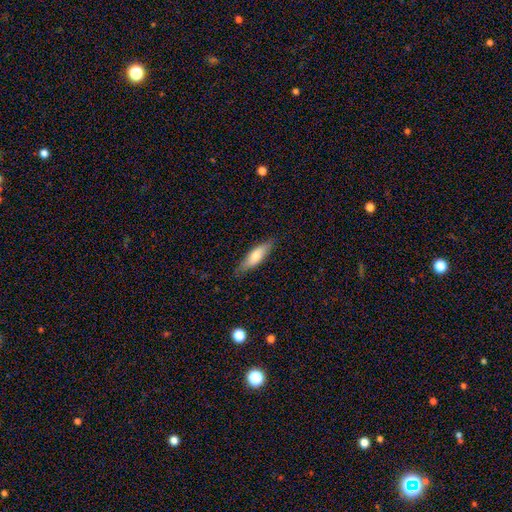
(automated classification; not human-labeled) The model was most divided on "how rounded": cigar-shaped: 57%, in between: 41%, round: 2%. More confident: merging — none (82%); smooth or featured — smooth (67%).